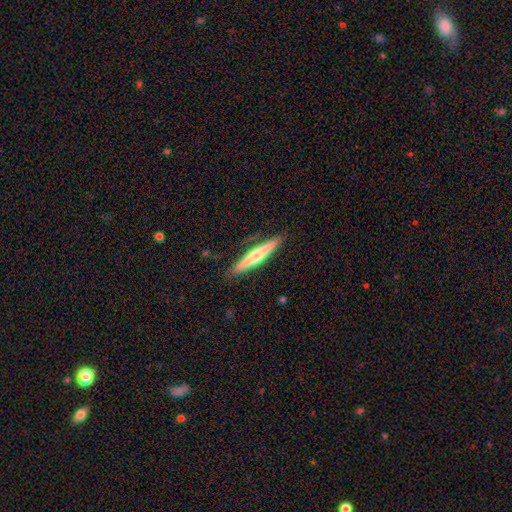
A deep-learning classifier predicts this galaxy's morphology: Smooth or featured? Predicted: featured or disk (p=0.52). Edge-on disk? Predicted: yes (p=0.96). Merging? Predicted: none (p=0.87).